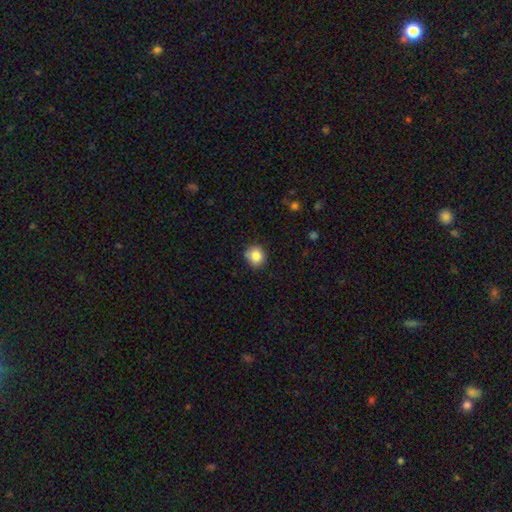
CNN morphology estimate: Smooth or featured? Predicted: smooth (p=0.85). How rounded? Predicted: round (p=0.83). Merging? Predicted: none (p=0.85).